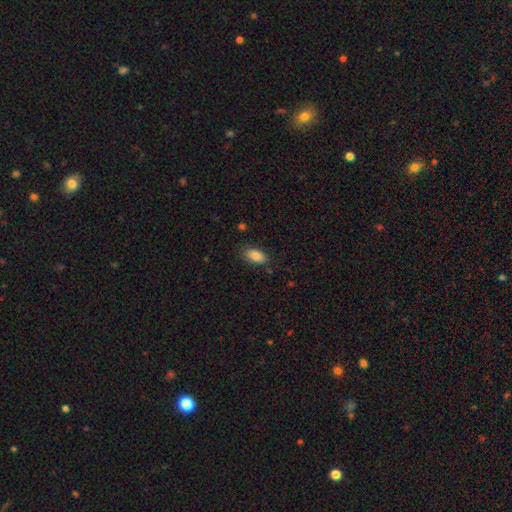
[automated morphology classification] Q: Smooth or featured?
A: smooth (84%); runner-up: featured or disk (8%)
Q: How rounded?
A: in between (91%); runner-up: round (5%)
Q: Merging?
A: none (80%); runner-up: minor disturbance (15%)